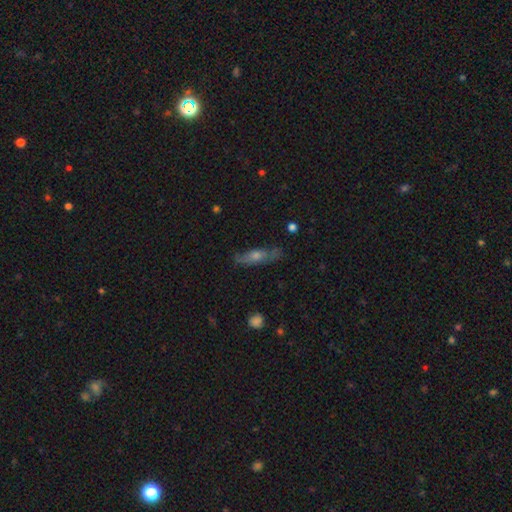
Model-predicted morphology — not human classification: Smooth or featured? featured or disk (50%)
Edge-on disk? yes (67%)
Merging? none (78%)